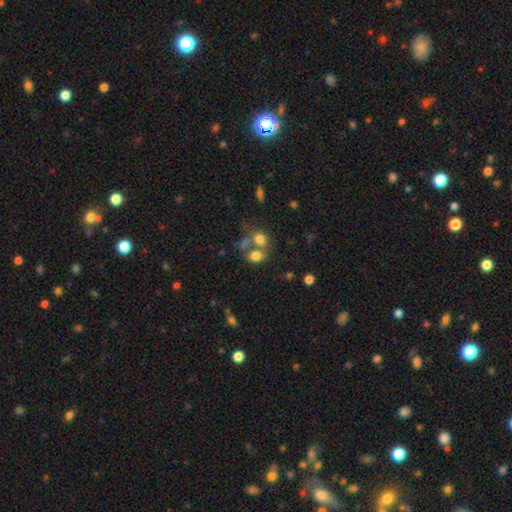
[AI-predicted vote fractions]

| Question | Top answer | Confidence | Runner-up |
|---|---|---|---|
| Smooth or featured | smooth | 74% | featured or disk (13%) |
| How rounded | in between | 62% | round (37%) |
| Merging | merger | 46% | none (36%) |